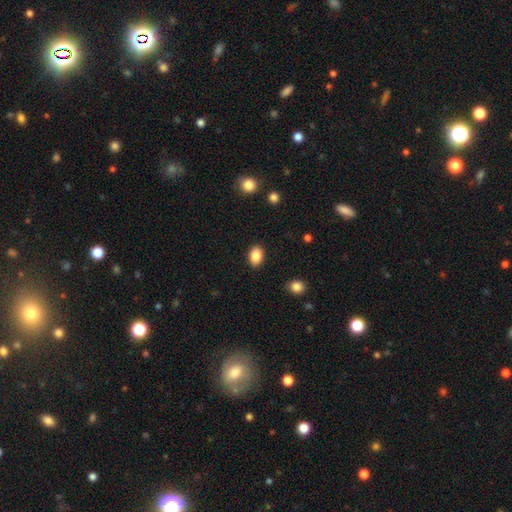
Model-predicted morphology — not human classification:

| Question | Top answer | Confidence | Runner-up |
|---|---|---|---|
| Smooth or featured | smooth | 88% | star or artifact (8%) |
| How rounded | in between | 78% | round (21%) |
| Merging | none | 88% | minor disturbance (9%) |